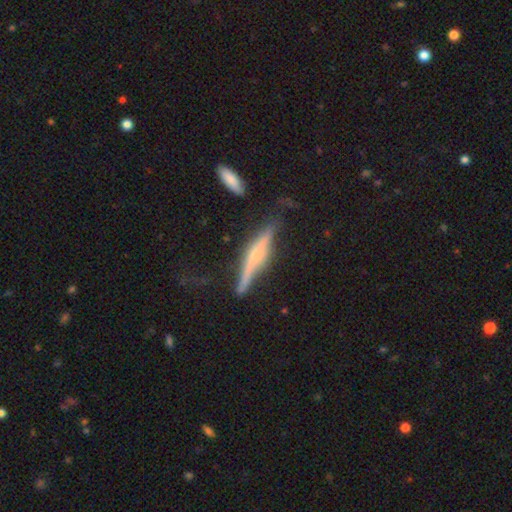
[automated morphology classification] type=featured or disk (67%); edge-on=yes (96%); edge-on bulge=rounded (52%); merging=none (67%).